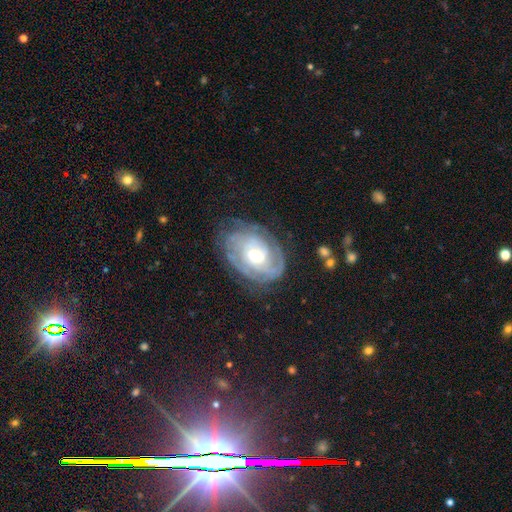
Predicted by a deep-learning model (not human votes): A featured or disk galaxy (82%) with no bar (62%), tight (68%) spiral arms (91%) and a moderate central bulge (65%).

Vote fractions:
- Smooth or featured? featured or disk: 82% / smooth: 12% / star or artifact: 5%
- Edge-on disk? no: 96% / yes: 4%
- Bar? no: 62% / weak: 31% / strong: 7%
- Spiral arms? yes: 91% / no: 9%
- Spiral winding? tight: 68% / medium: 25% / loose: 7%
- Spiral arm count? can't tell: 42% / 2: 25% / 3: 16% / 4: 7% / 1: 6% / more than 4: 5%
- Bulge size? moderate: 65% / small: 26% / large: 7% / none: 1% / dominant: 1%
- Merging? none: 69% / minor disturbance: 20% / major disturbance: 9% / merger: 1%